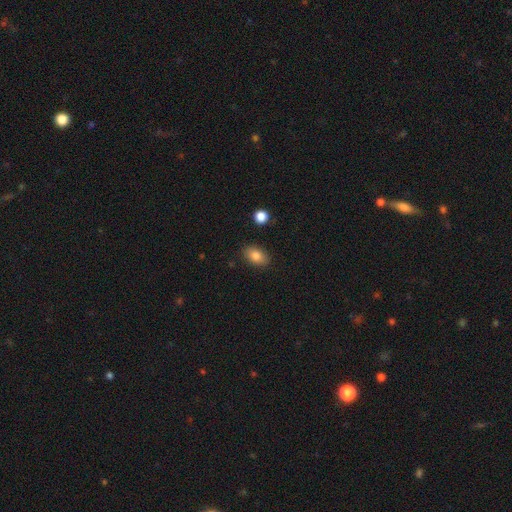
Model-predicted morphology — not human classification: Overall: smooth (84%). How rounded: in between (87%). Merging: none (86%).